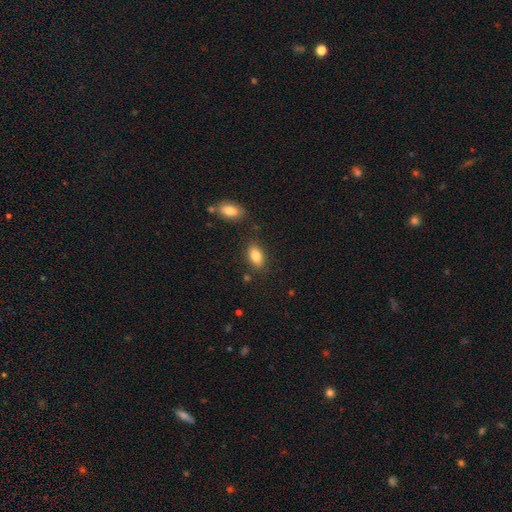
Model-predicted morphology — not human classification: smooth-or-featured: smooth: 84% | featured or disk: 8% | star or artifact: 8%
  how-rounded: in between: 90% | round: 6% | cigar-shaped: 4%
  merging: none: 81% | minor disturbance: 12% | merger: 4% | major disturbance: 3%